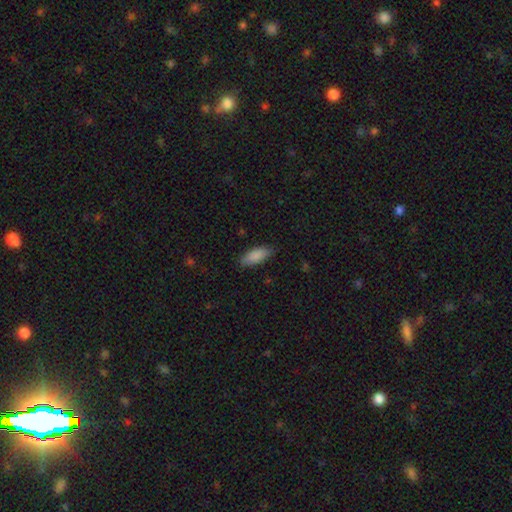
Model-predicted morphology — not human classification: This appears to be a smooth galaxy with no disk features (87%) that is in between round and cigar-shaped (78%). Merging: none (81%).